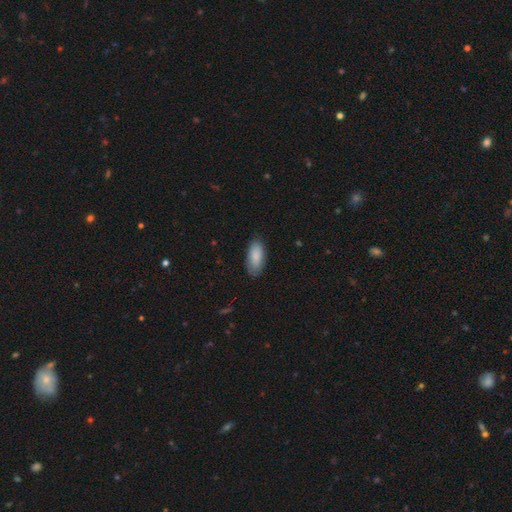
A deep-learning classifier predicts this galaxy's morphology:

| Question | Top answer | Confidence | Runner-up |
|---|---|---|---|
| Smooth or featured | smooth | 88% | featured or disk (7%) |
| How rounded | in between | 88% | cigar-shaped (10%) |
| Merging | none | 82% | minor disturbance (15%) |